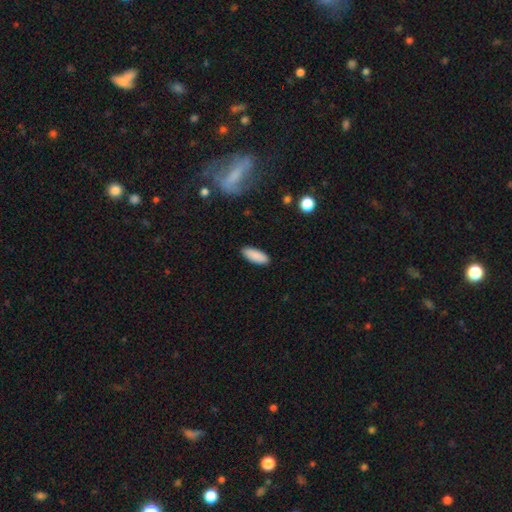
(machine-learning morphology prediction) This is clearly a smooth galaxy (89%). How rounded: likely in between (76%). Merging: clearly none (89%).